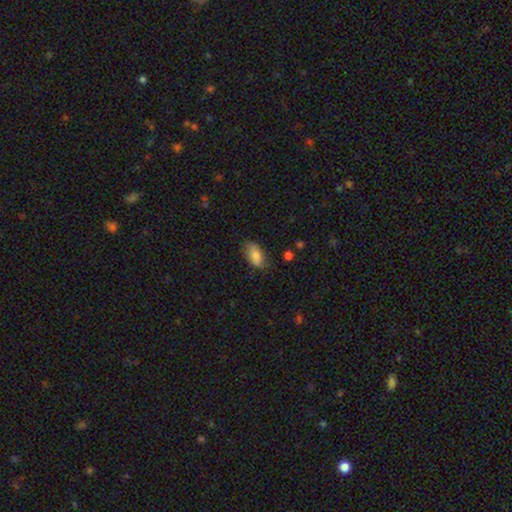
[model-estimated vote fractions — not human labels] A smooth galaxy with no disk features (80%) that is in between round and cigar-shaped (91%).

Vote fractions:
- Smooth or featured? smooth: 80% / featured or disk: 13% / star or artifact: 7%
- How rounded? in between: 91% / cigar-shaped: 5% / round: 4%
- Merging? none: 66% / minor disturbance: 26% / major disturbance: 6% / merger: 2%